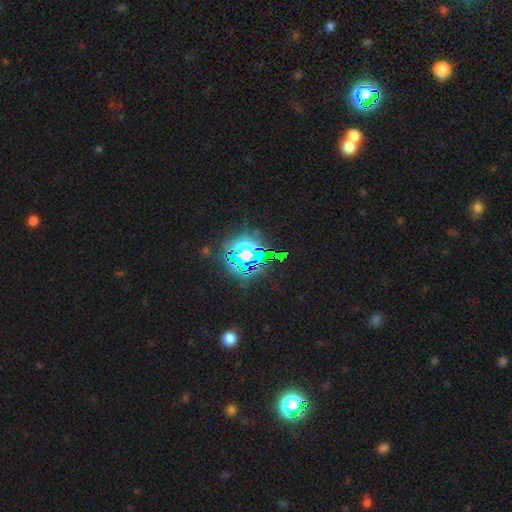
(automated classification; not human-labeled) This appears to be a star or artifact, not a galaxy (72%).